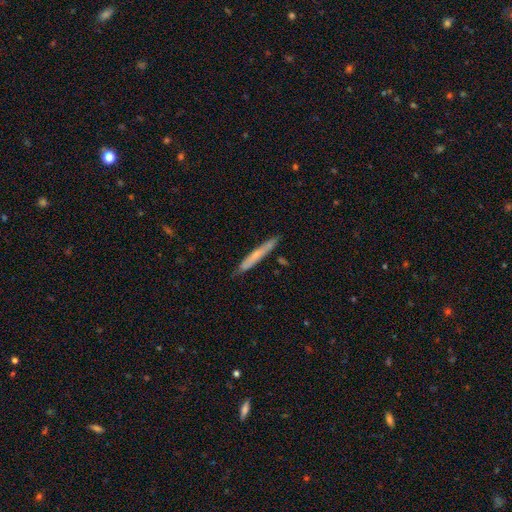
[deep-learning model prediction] A smooth galaxy with no disk features (55%) that is cigar-shaped (96%). Merging: none (85%).